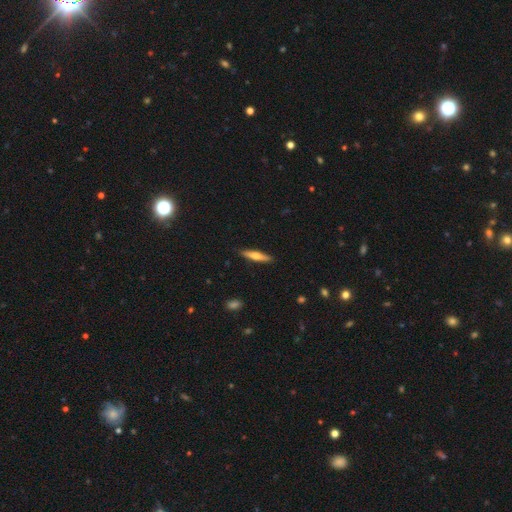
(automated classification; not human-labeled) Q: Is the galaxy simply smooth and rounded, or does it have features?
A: smooth — 52%.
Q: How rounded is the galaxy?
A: cigar-shaped — 86%.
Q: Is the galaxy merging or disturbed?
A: none — 90%.